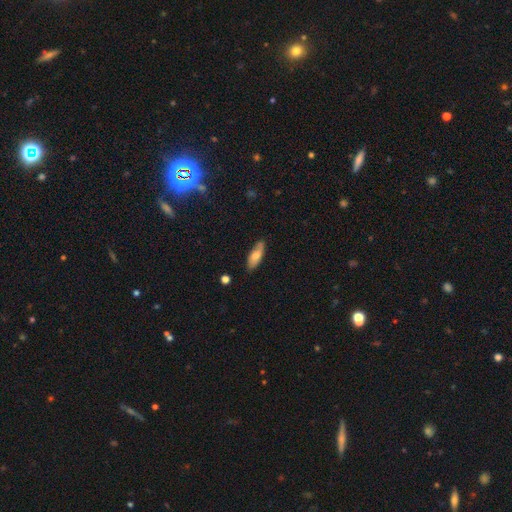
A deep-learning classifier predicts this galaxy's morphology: Smooth or featured: smooth — 68% (featured or disk — 25%)
How rounded: in between — 68% (cigar-shaped — 30%)
Merging: none — 79% (minor disturbance — 17%)